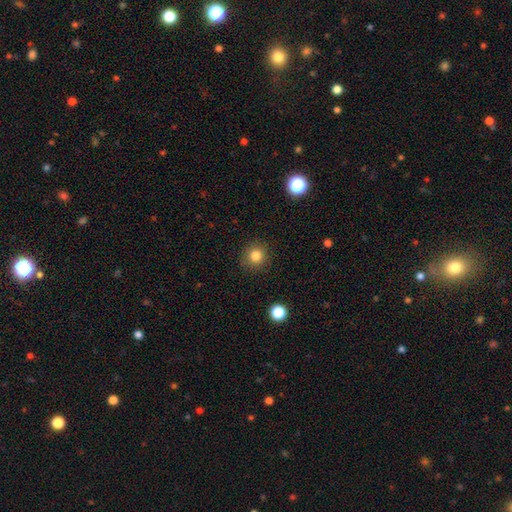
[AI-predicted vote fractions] A smooth galaxy with no disk features (83%) that is round (91%). Merging: none (90%).